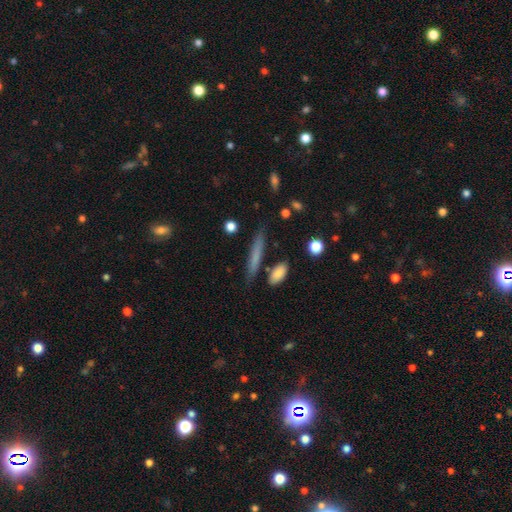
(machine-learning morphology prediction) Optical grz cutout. It shows a smooth galaxy with no disk features (68%) that is cigar-shaped (91%). Merging: none (82%).